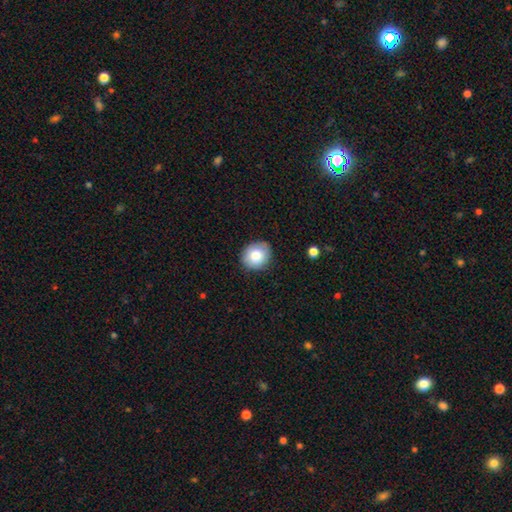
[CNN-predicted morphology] A smooth galaxy with no disk features (81%) that is round (78%). Merging: none (84%).